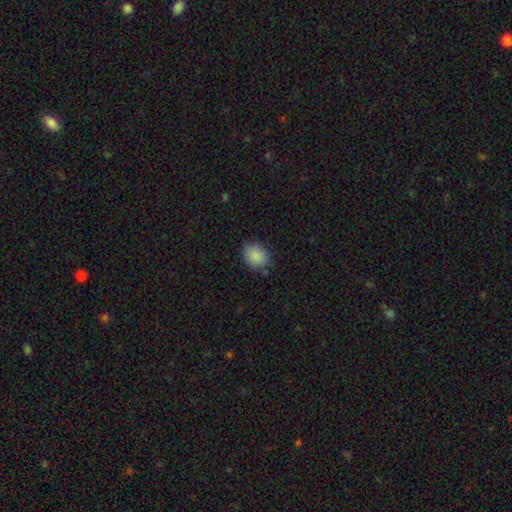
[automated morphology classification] Smooth or featured: smooth — 88% (star or artifact — 8%)
How rounded: in between — 55% (round — 44%)
Merging: none — 81% (minor disturbance — 14%)